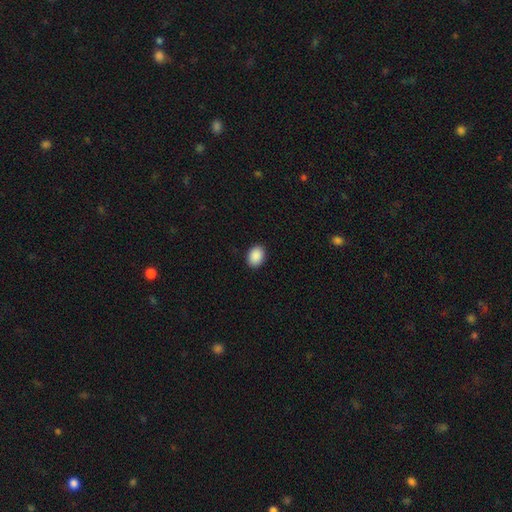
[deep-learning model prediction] The model was most divided on "how rounded": in between: 68%, round: 31%, cigar-shaped: 1%. More confident: merging — none (90%); smooth or featured — smooth (90%).